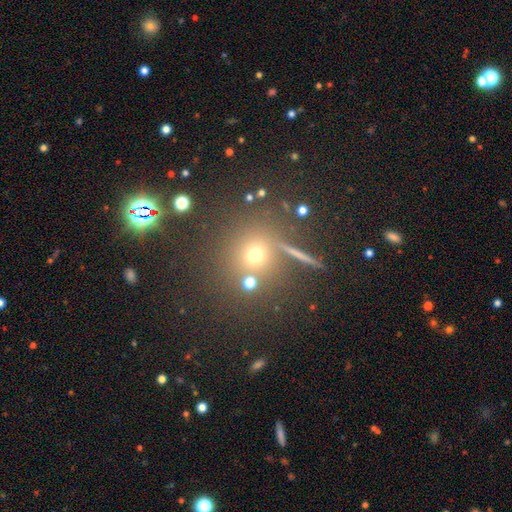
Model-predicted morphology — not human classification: Smooth or featured? smooth (57%)
How rounded? round (90%)
Merging? none (78%)